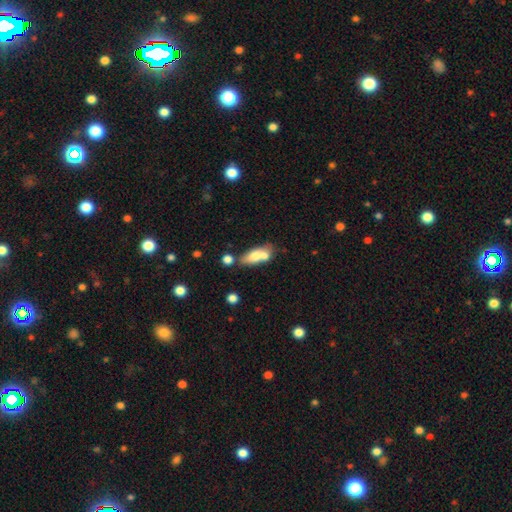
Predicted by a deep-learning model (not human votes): smooth-or-featured: smooth: 68% | featured or disk: 24% | star or artifact: 8%
  how-rounded: in between: 73% | cigar-shaped: 21% | round: 6%
  merging: merger: 42% | none: 40% | minor disturbance: 13% | major disturbance: 5%